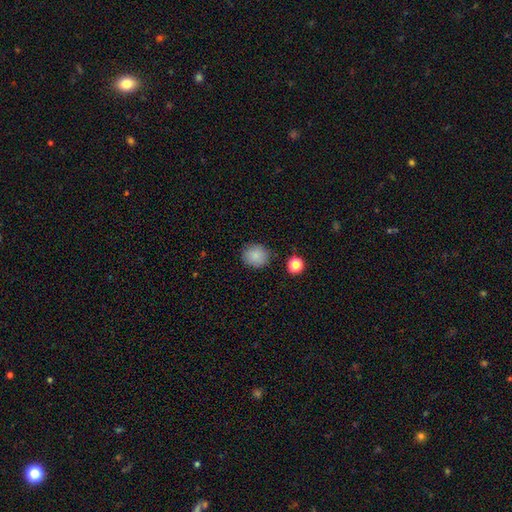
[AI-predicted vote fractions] Q: Smooth or featured?
A: smooth (86%); runner-up: star or artifact (9%)
Q: How rounded?
A: round (83%); runner-up: in between (16%)
Q: Merging?
A: none (86%); runner-up: minor disturbance (9%)